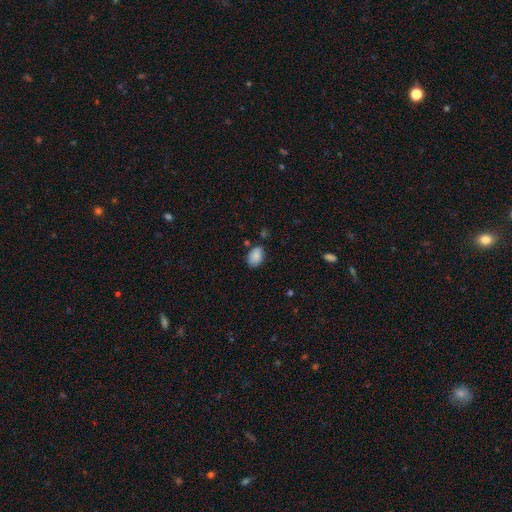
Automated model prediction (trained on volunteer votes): A smooth galaxy with no disk features (87%) that is in between round and cigar-shaped (83%).

Vote fractions:
- Smooth or featured? smooth: 87% / star or artifact: 8% / featured or disk: 5%
- How rounded? in between: 83% / round: 16% / cigar-shaped: 1%
- Merging? none: 70% / minor disturbance: 22% / major disturbance: 4% / merger: 4%